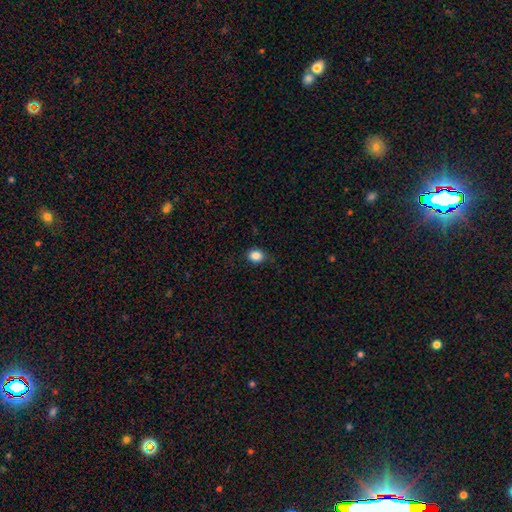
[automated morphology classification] A smooth galaxy with no disk features (86%) that is round (69%). Merging: none (80%).